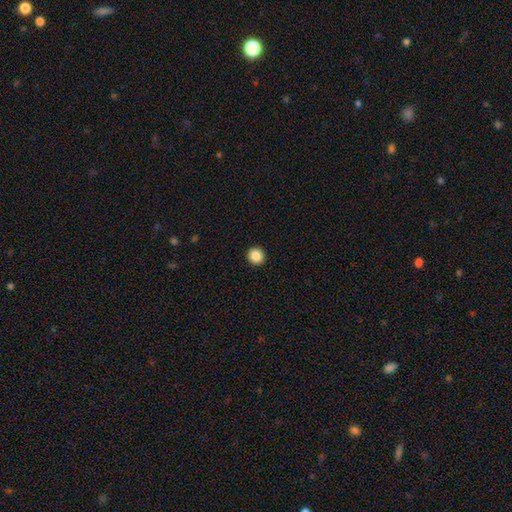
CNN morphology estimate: type=smooth (87%); roundness=round (91%); merging=none (94%).